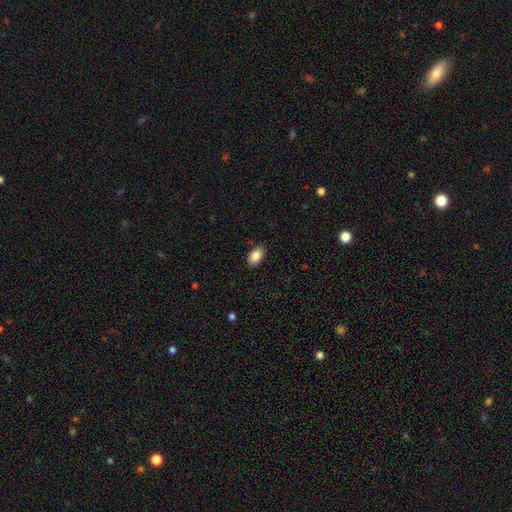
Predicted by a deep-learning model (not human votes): The model was most divided on "merging": none: 87%, minor disturbance: 10%, major disturbance: 2%, merger: 1%. More confident: how rounded — in between (92%); smooth or featured — smooth (87%).